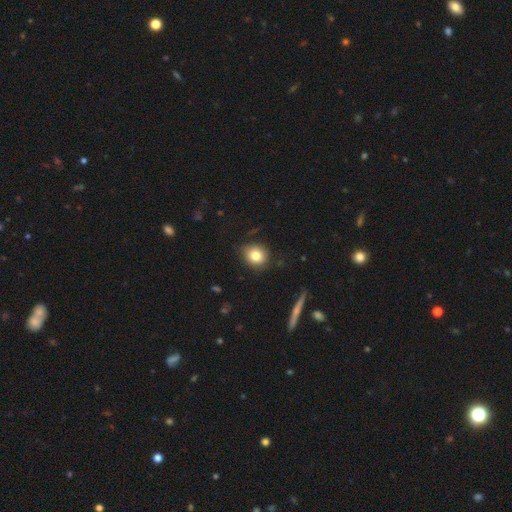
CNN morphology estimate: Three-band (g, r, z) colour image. It shows a smooth galaxy with no disk features (80%) that is round (82%). Merging: none (83%).